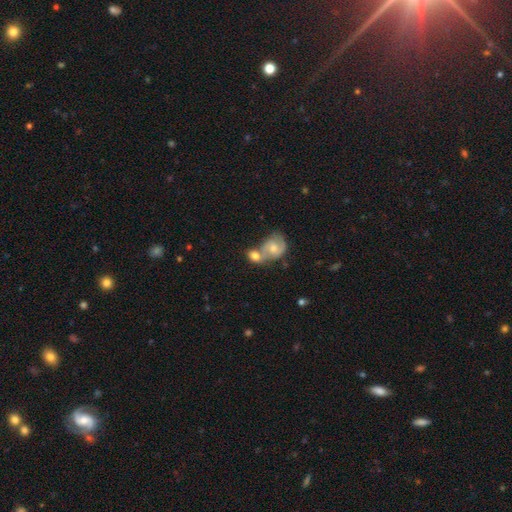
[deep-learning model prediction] smooth-or-featured: smooth: 60% | featured or disk: 31% | star or artifact: 8%
  how-rounded: in between: 54% | round: 44% | cigar-shaped: 2%
  merging: merger: 64% | none: 23% | minor disturbance: 8% | major disturbance: 5%